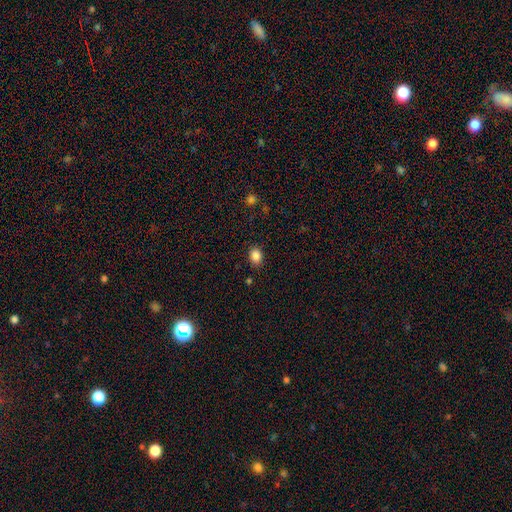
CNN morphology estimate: A smooth galaxy with no disk features (86%) that is in between round and cigar-shaped (63%).

Vote fractions:
- Smooth or featured? smooth: 86% / star or artifact: 10% / featured or disk: 4%
- How rounded? in between: 63% / round: 36% / cigar-shaped: 1%
- Merging? none: 85% / minor disturbance: 11% / major disturbance: 3% / merger: 2%